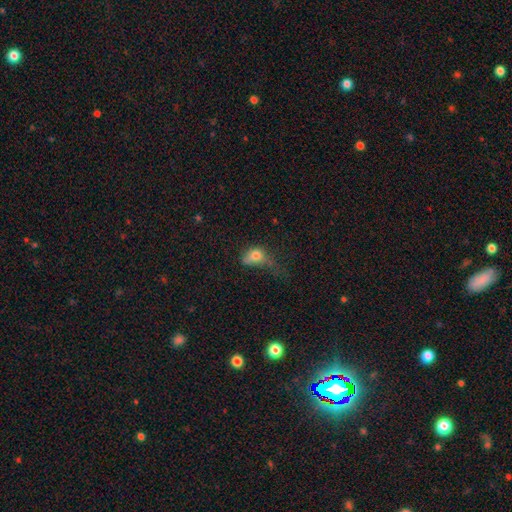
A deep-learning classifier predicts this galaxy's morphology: The model was most divided on "merging": major disturbance: 46%, minor disturbance: 27%, none: 21%, merger: 6%. More confident: smooth or featured — smooth (73%); how rounded — in between (67%).